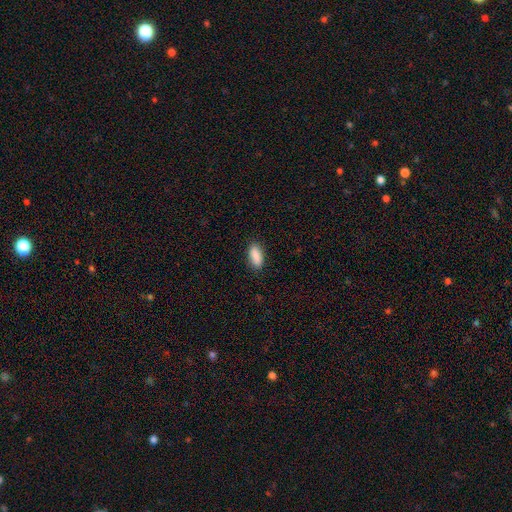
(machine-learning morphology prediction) Smooth or featured?
  - smooth: 90% *
  - star or artifact: 7%
  - featured or disk: 4%
How rounded?
  - in between: 85% *
  - cigar-shaped: 13%
  - round: 2%
Merging?
  - none: 87% *
  - minor disturbance: 10%
  - major disturbance: 2%
  - merger: 1%